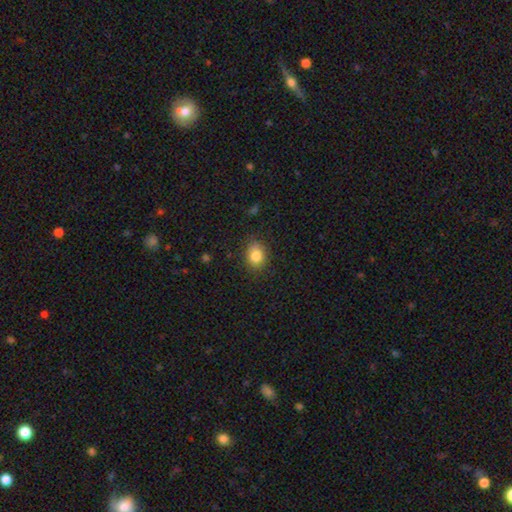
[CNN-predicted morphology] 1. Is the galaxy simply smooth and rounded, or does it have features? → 84% smooth, 10% star or artifact, 6% featured or disk.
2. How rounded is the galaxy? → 53% in between, 46% round, 1% cigar-shaped.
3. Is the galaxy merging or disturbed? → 83% none, 13% minor disturbance, 3% major disturbance, 1% merger.